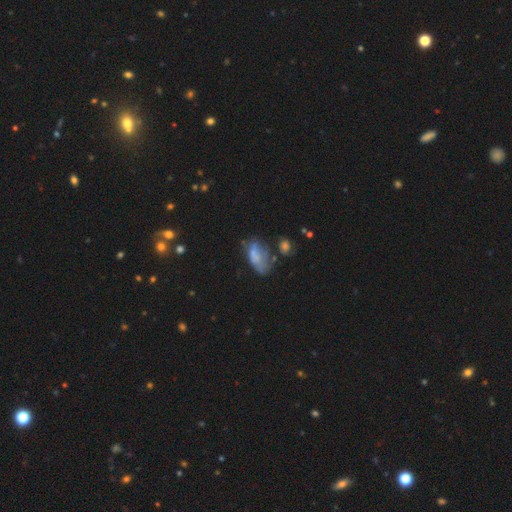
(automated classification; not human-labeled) Smooth or featured?
  - smooth: 59% *
  - featured or disk: 30%
  - star or artifact: 12%
How rounded?
  - in between: 89% *
  - cigar-shaped: 6%
  - round: 5%
Merging?
  - none: 32% *
  - minor disturbance: 30%
  - major disturbance: 26%
  - merger: 11%